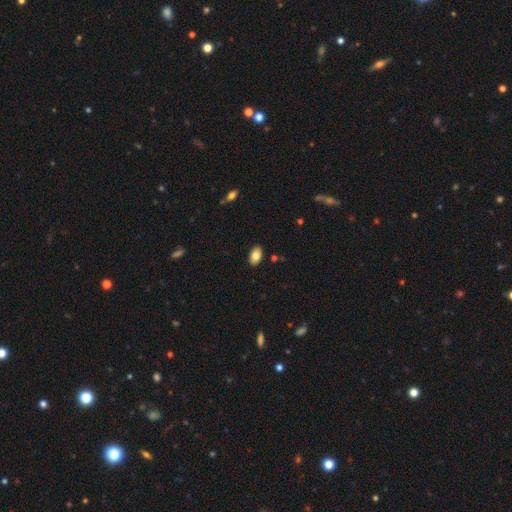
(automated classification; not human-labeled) Morphology: type=smooth (82%); roundness=in between (92%); merging=none (88%).